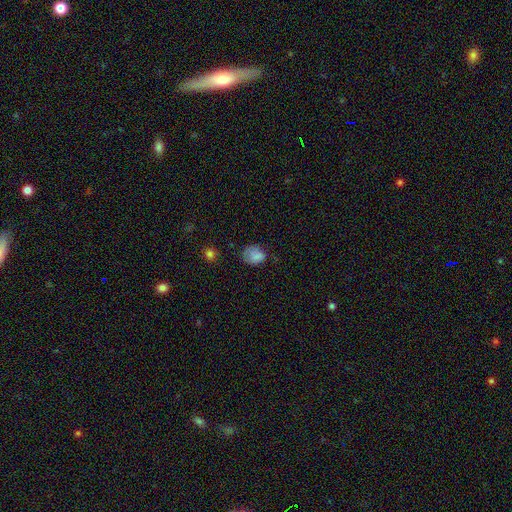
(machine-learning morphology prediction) This appears to be a smooth galaxy with no disk features (78%) that is round (51%). Merging: none (51%).